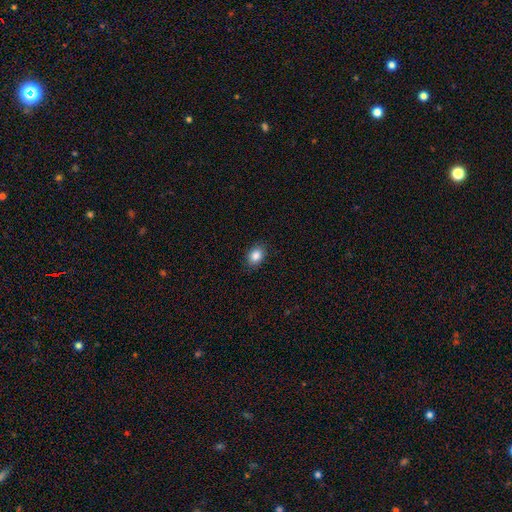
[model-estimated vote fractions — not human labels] Smooth or featured?
  - smooth: 86% *
  - star or artifact: 9%
  - featured or disk: 6%
How rounded?
  - in between: 66% *
  - round: 32%
  - cigar-shaped: 1%
Merging?
  - none: 87% *
  - minor disturbance: 10%
  - major disturbance: 2%
  - merger: 1%